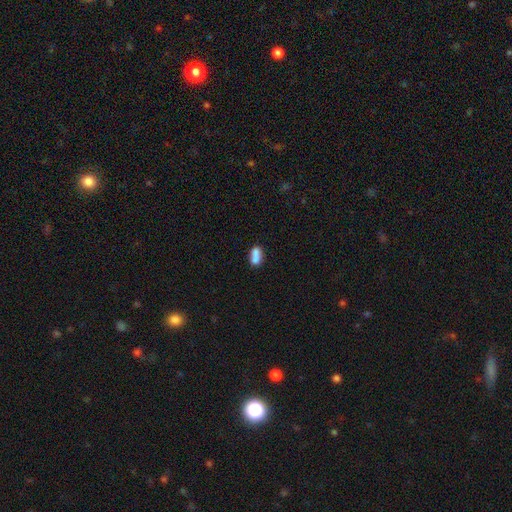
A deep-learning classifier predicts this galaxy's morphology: smooth-or-featured: smooth: 79% | featured or disk: 12% | star or artifact: 9%
  how-rounded: in between: 83% | cigar-shaped: 9% | round: 8%
  merging: none: 48% | merger: 31% | minor disturbance: 16% | major disturbance: 5%